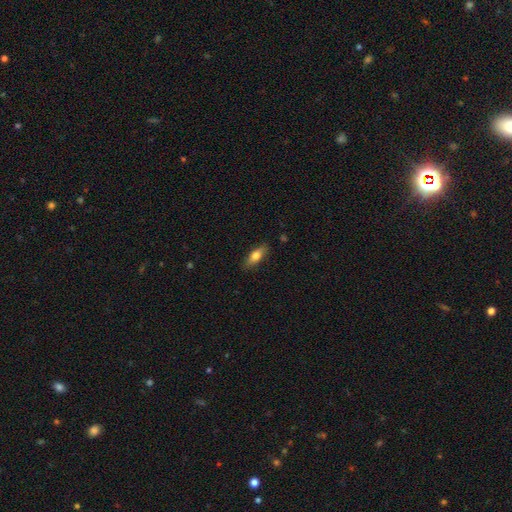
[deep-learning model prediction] smooth-or-featured: smooth: 71% | featured or disk: 23% | star or artifact: 7%
  how-rounded: in between: 63% | cigar-shaped: 34% | round: 3%
  merging: none: 86% | minor disturbance: 11% | major disturbance: 2% | merger: 1%